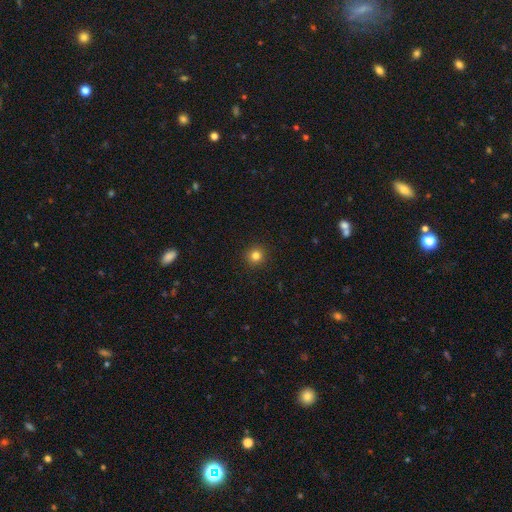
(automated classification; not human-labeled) This is clearly a smooth galaxy (81%). How rounded: clearly round (94%). Merging: clearly none (93%).